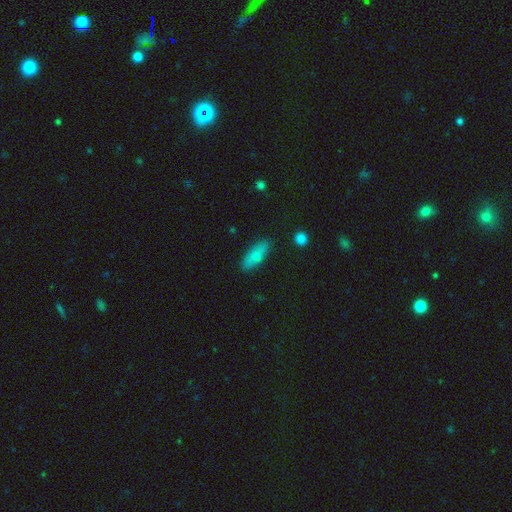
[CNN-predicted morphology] A smooth galaxy with no disk features (77%) that is in between round and cigar-shaped (65%). Merging: none (79%).